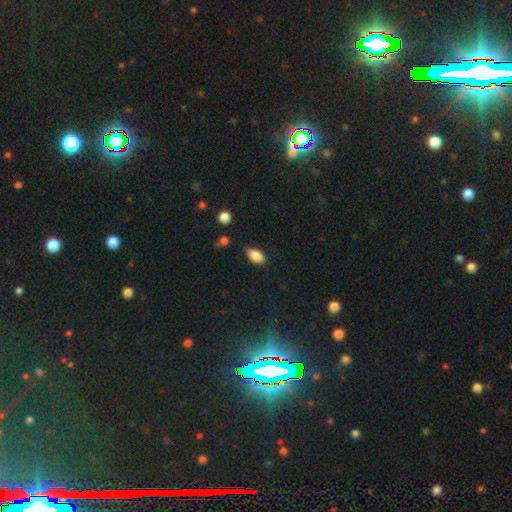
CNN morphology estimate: Smooth or featured? Predicted: smooth (p=0.86). How rounded? Predicted: in between (p=0.92). Merging? Predicted: none (p=0.72).